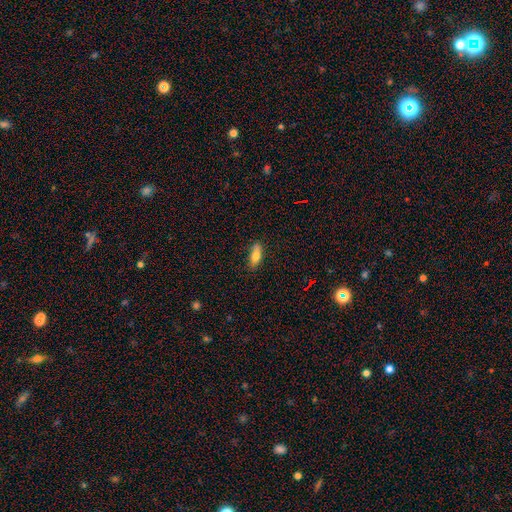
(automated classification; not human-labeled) Smooth or featured? Predicted: smooth (p=0.75). How rounded? Predicted: in between (p=0.56). Merging? Predicted: none (p=0.79).